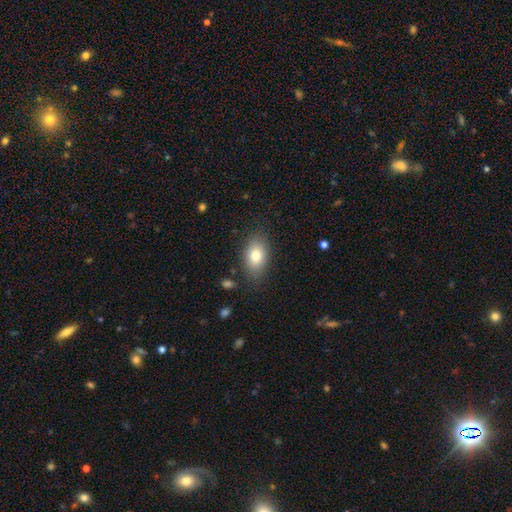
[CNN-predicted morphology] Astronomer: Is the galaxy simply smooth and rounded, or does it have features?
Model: smooth — 79%.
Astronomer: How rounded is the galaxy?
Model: in between — 87%.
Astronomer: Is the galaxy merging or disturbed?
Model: none — 81%.